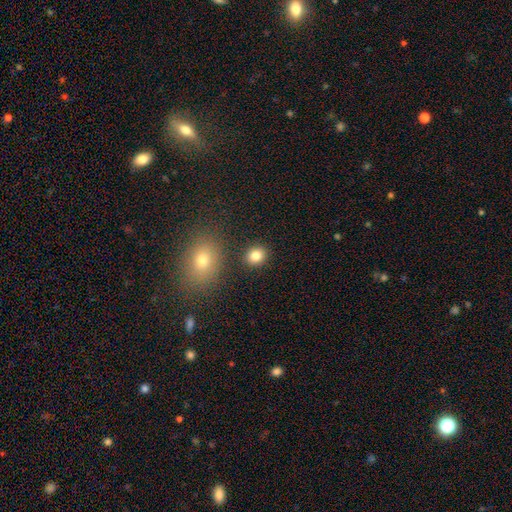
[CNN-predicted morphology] smooth_or_featured: smooth (p=0.82) [alt: star or artifact p=0.11]
how_rounded: round (p=0.67) [alt: in between p=0.32]
merging: none (p=0.86) [alt: minor disturbance p=0.07]